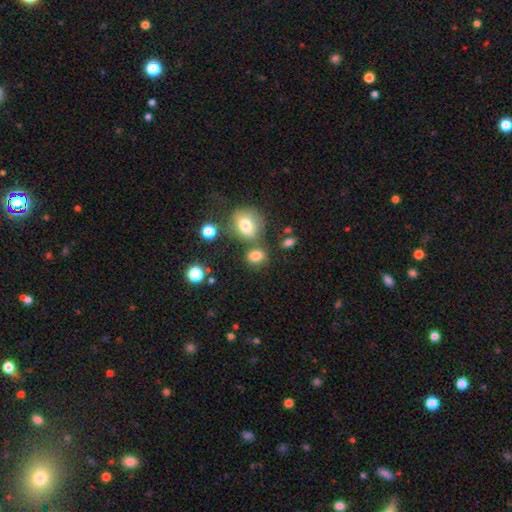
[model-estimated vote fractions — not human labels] smooth_or_featured: smooth (p=0.79) [alt: star or artifact p=0.13]
how_rounded: round (p=0.50) [alt: in between p=0.48]
merging: none (p=0.59) [alt: merger p=0.22]